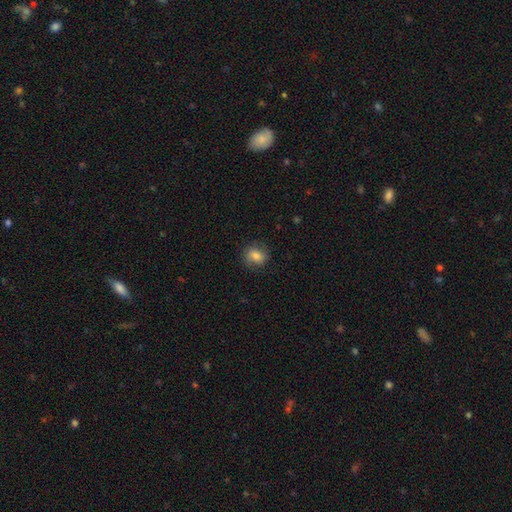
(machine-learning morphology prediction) The model was most divided on "how rounded": round: 67%, in between: 32%, cigar-shaped: 1%. More confident: merging — none (81%); smooth or featured — smooth (73%).